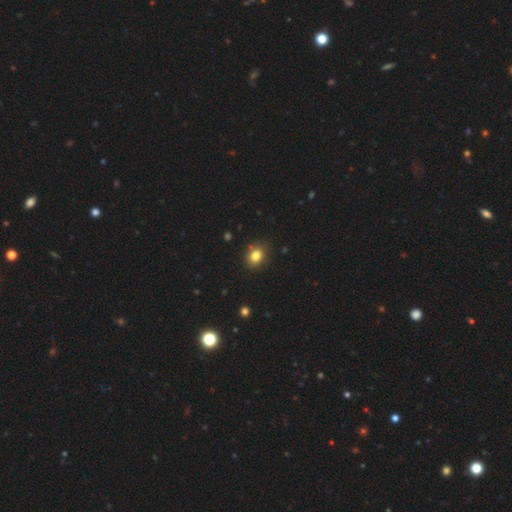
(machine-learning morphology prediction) smooth-or-featured: smooth: 82% | star or artifact: 12% | featured or disk: 6%
  how-rounded: round: 56% | in between: 43% | cigar-shaped: 1%
  merging: none: 85% | minor disturbance: 10% | merger: 3% | major disturbance: 2%